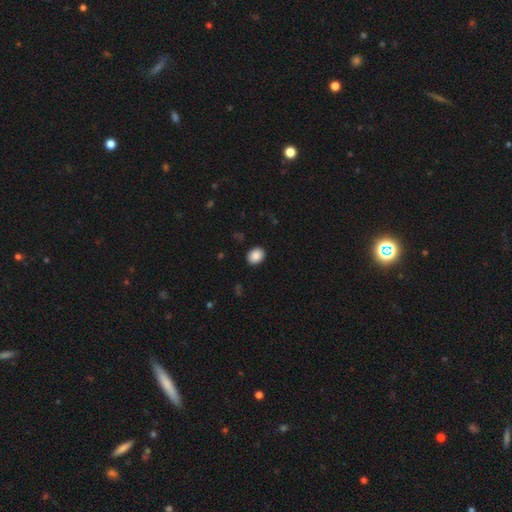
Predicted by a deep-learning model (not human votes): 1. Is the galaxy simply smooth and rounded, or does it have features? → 89% smooth, 8% star or artifact, 3% featured or disk.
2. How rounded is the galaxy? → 56% in between, 43% round, 1% cigar-shaped.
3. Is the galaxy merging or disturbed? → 90% none, 7% minor disturbance, 2% major disturbance, 1% merger.